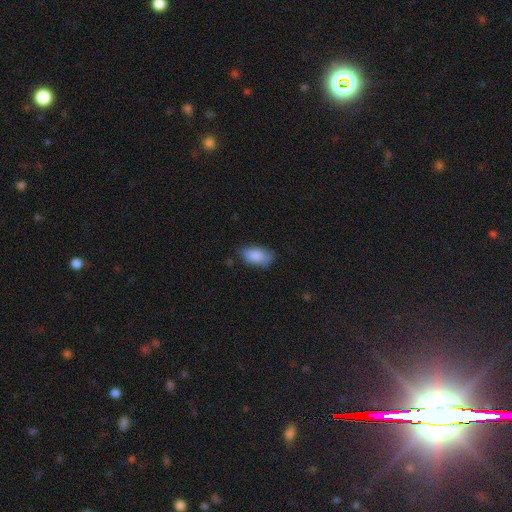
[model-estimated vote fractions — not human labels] Morphology: type=smooth (84%); roundness=in between (91%); merging=none (64%).